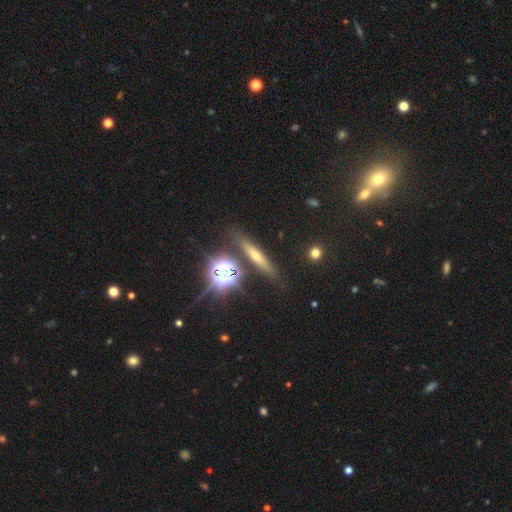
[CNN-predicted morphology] smooth-or-featured: smooth: 42% | featured or disk: 34% | star or artifact: 24%
  merging: none: 84% | minor disturbance: 10% | merger: 4% | major disturbance: 3%